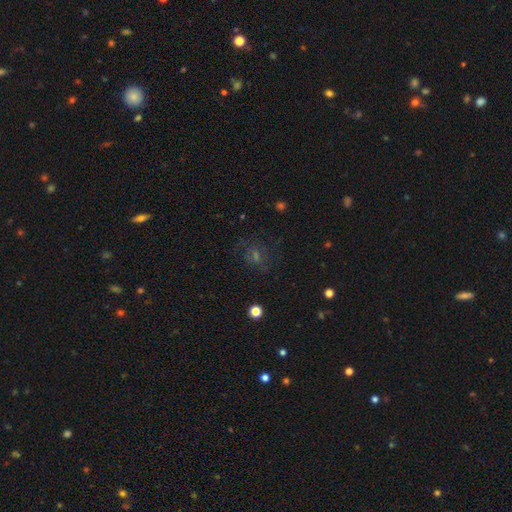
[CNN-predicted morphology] Overall: star or artifact (36%; smooth 35%).